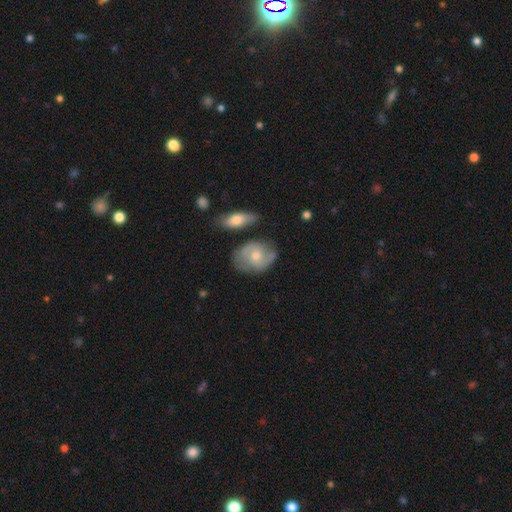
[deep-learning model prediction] This is possibly a featured or disk galaxy (57%). It is clearly not viewed edge-on (96%). Bar: likely no (66%). Spiral arm pattern: clearly yes (81%). Central bulge: possibly moderate (59%). Merging: likely none (62%).